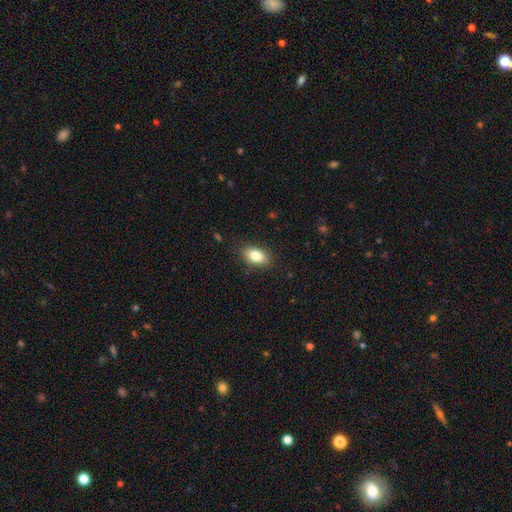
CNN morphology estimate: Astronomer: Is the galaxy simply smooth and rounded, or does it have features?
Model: smooth — 83%.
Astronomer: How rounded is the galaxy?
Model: in between — 89%.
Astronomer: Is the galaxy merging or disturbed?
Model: none — 86%.